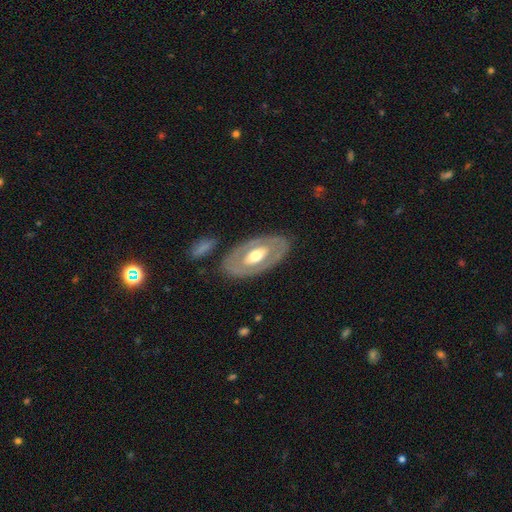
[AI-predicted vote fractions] Morphology: type=featured or disk (66%); edge-on=no (88%); bar=no (65%); spiral arms=no (78%); bulge=moderate (72%); merging=none (82%).